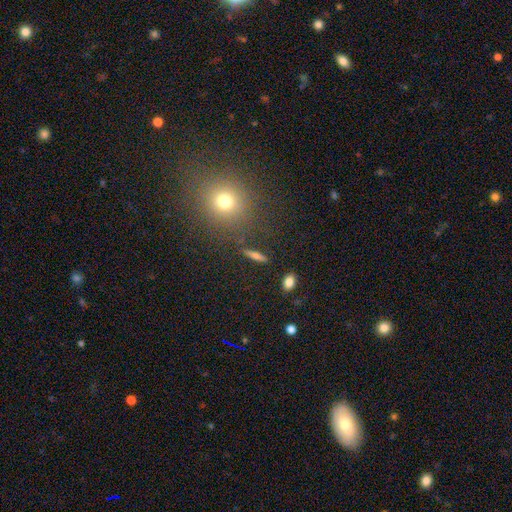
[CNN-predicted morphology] Smooth or featured?
  - smooth: 59% *
  - featured or disk: 24%
  - star or artifact: 17%
How rounded?
  - cigar-shaped: 60% *
  - in between: 25%
  - round: 14%
Merging?
  - none: 87% *
  - minor disturbance: 7%
  - major disturbance: 3%
  - merger: 3%